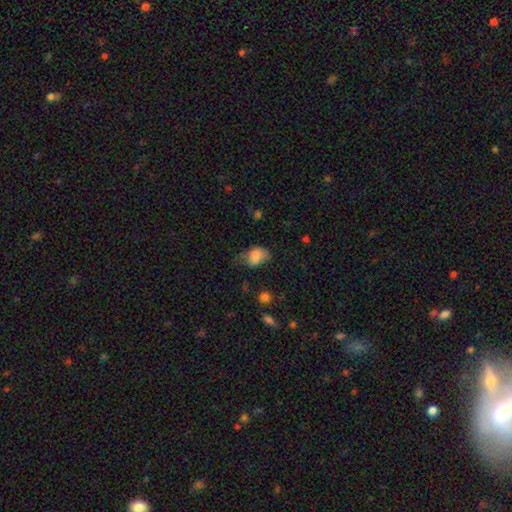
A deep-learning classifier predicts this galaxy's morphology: A smooth galaxy with no disk features (78%) that is in between round and cigar-shaped (79%).

Vote fractions:
- Smooth or featured? smooth: 78% / featured or disk: 13% / star or artifact: 10%
- How rounded? in between: 79% / round: 20% / cigar-shaped: 1%
- Merging? none: 38% / minor disturbance: 37% / major disturbance: 22% / merger: 3%